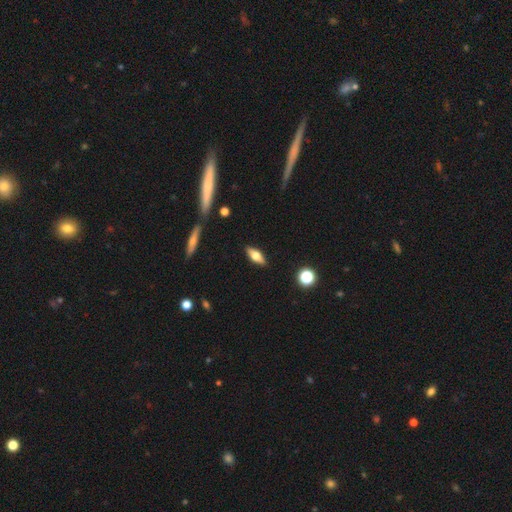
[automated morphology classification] The model was most divided on "smooth or featured": smooth: 51%, featured or disk: 42%, star or artifact: 8%. More confident: merging — none (88%); how rounded — in between (64%).